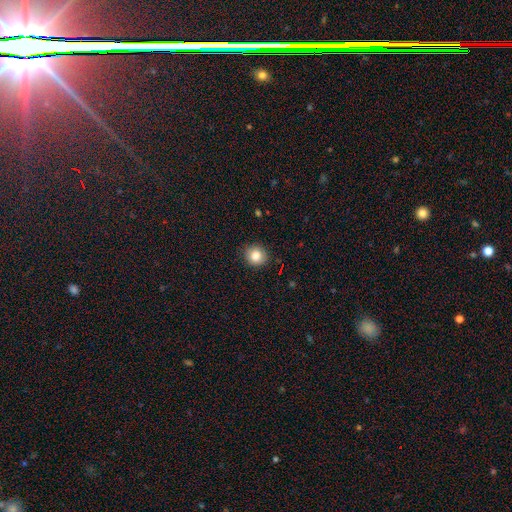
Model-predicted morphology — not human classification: smooth_or_featured: smooth (p=0.83) [alt: star or artifact p=0.10]
how_rounded: round (p=0.88) [alt: in between p=0.11]
merging: none (p=0.90) [alt: minor disturbance p=0.07]